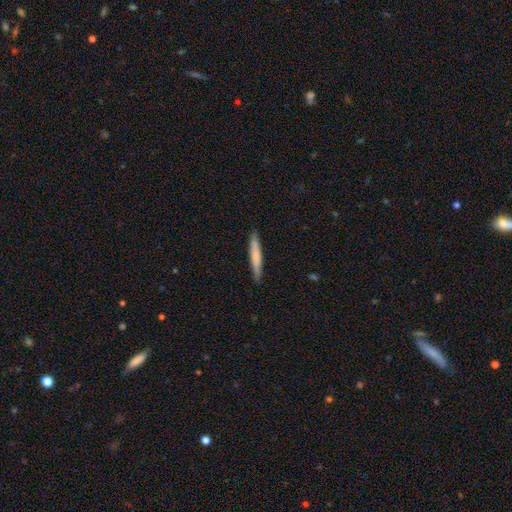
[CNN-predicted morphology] This appears to be a smooth galaxy with no disk features (68%) that is cigar-shaped (95%). Merging: none (88%).